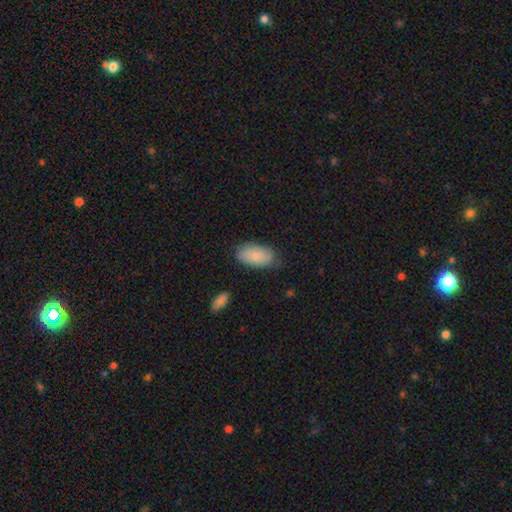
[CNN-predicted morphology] Smooth or featured: smooth — 85% (featured or disk — 9%)
How rounded: in between — 95% (round — 3%)
Merging: none — 76% (minor disturbance — 18%)